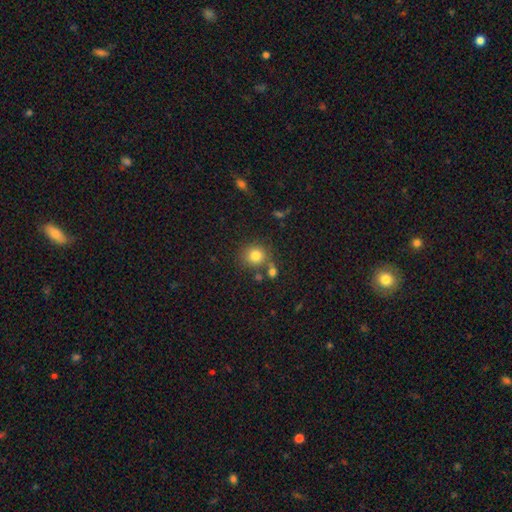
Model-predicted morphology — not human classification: Smooth or featured?
  - smooth: 80% *
  - star or artifact: 12%
  - featured or disk: 8%
How rounded?
  - round: 88% *
  - in between: 11%
  - cigar-shaped: 1%
Merging?
  - none: 69% *
  - merger: 15%
  - minor disturbance: 12%
  - major disturbance: 4%